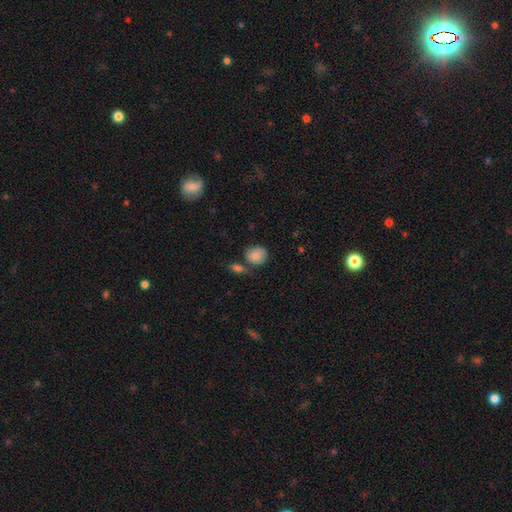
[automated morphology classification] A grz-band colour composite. It shows a smooth galaxy with no disk features (85%) that is round (74%). Merging: none (63%).